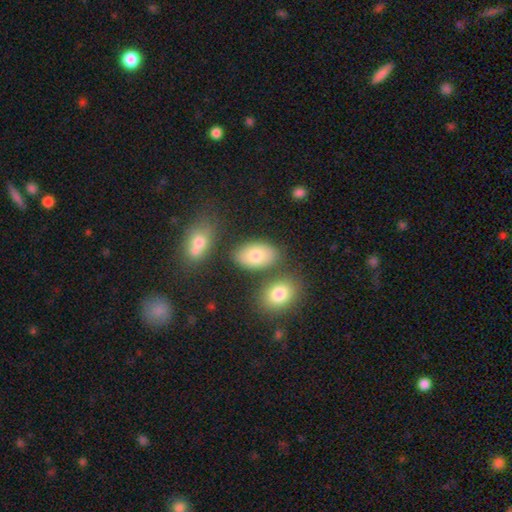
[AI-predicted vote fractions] A smooth galaxy with no disk features (77%) that is in between round and cigar-shaped (91%). Merging: none (74%).